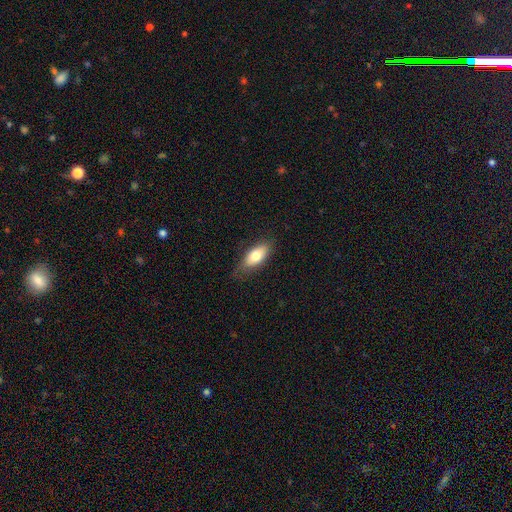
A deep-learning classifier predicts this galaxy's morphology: This appears to be a smooth galaxy with no disk features (74%) that is in between round and cigar-shaped (83%). Merging: none (73%).